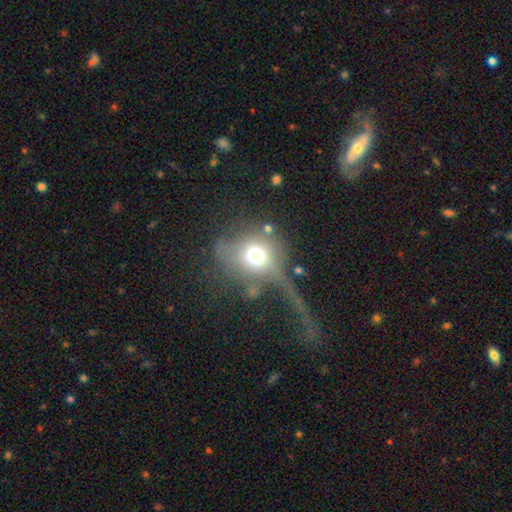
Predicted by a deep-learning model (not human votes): smooth-or-featured: smooth: 55% | featured or disk: 29% | star or artifact: 16%
  how-rounded: round: 77% | in between: 21% | cigar-shaped: 2%
  merging: major disturbance: 46% | none: 29% | minor disturbance: 15% | merger: 10%